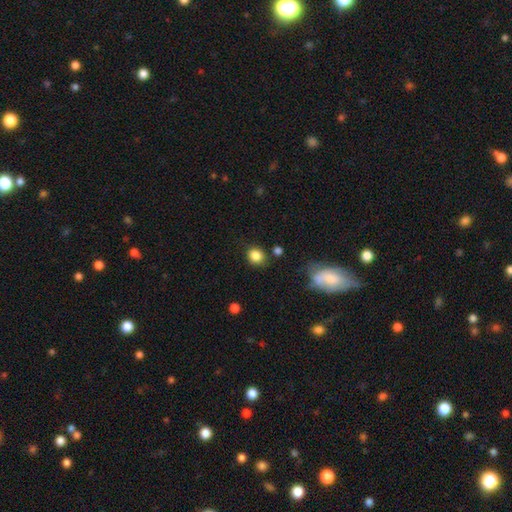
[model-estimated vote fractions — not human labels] Overall: smooth (84%). How rounded: round (72%). Merging: none (78%).